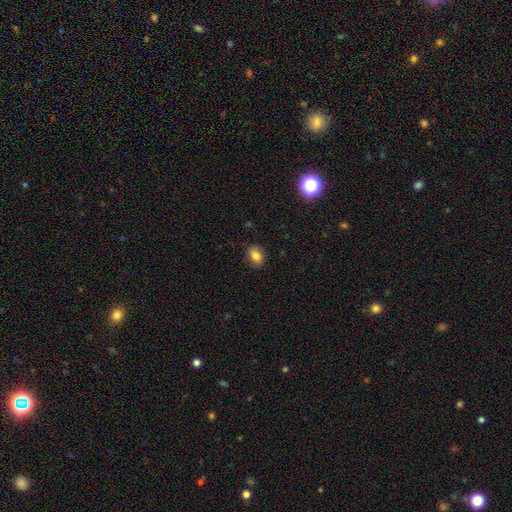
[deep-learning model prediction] Morphology: type=smooth (82%); roundness=in between (70%); merging=none (86%).